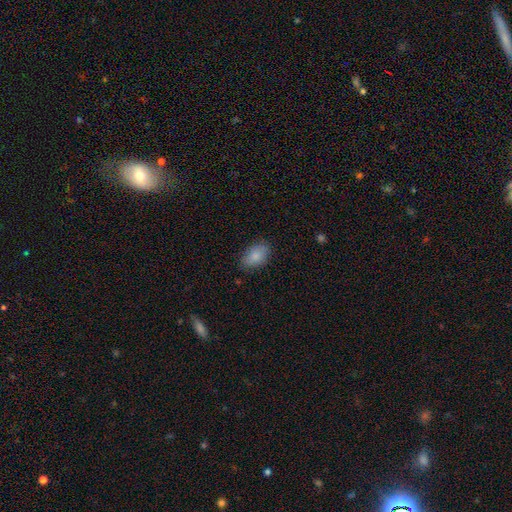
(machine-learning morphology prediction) Overall: smooth (86%). How rounded: in between (90%). Merging: none (83%).